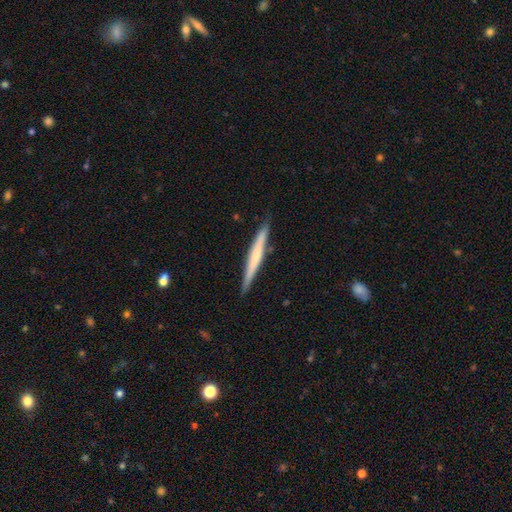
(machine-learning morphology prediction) Smooth or featured? featured or disk (50%)
Merging? none (88%)